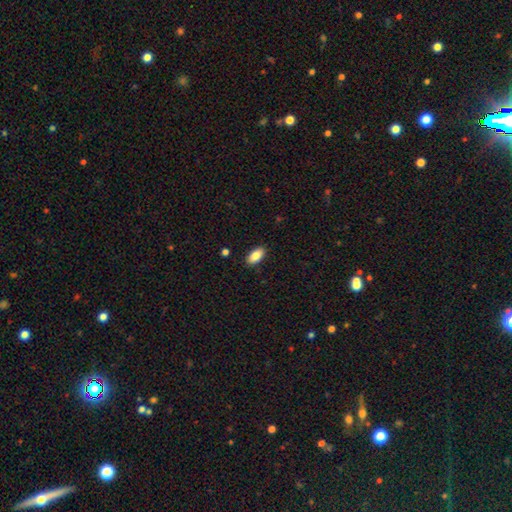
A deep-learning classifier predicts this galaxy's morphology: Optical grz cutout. It shows a smooth galaxy with no disk features (86%) that is in between round and cigar-shaped (92%). Merging: none (89%).